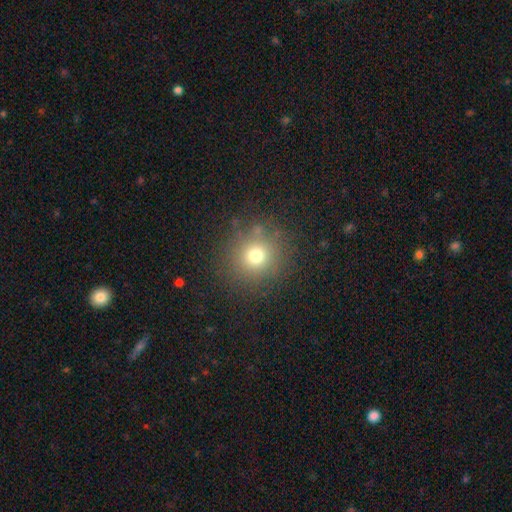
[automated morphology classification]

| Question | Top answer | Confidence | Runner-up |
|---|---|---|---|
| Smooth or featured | smooth | 72% | star or artifact (18%) |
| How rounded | round | 92% | in between (7%) |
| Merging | none | 84% | minor disturbance (9%) |